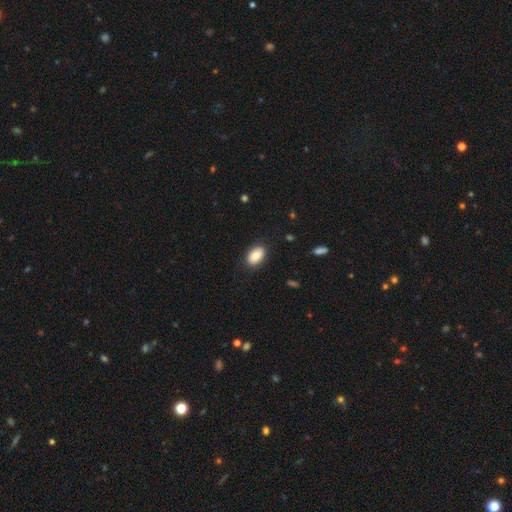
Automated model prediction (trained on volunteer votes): Smooth or featured? Predicted: smooth (p=0.83). How rounded? Predicted: in between (p=0.90). Merging? Predicted: none (p=0.85).